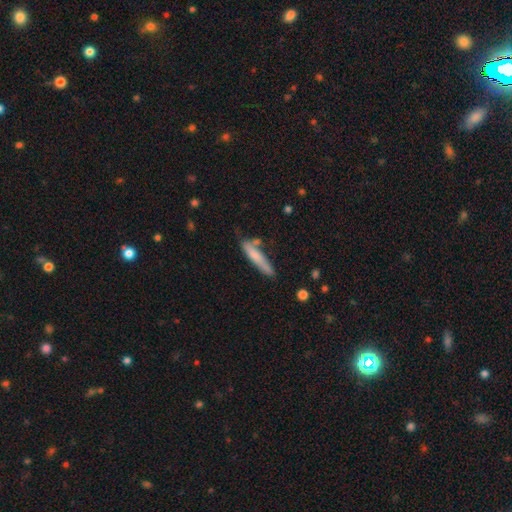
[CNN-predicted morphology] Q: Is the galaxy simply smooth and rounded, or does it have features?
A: smooth — 68%.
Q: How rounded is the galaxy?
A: cigar-shaped — 90%.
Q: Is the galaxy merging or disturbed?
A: none — 68%.